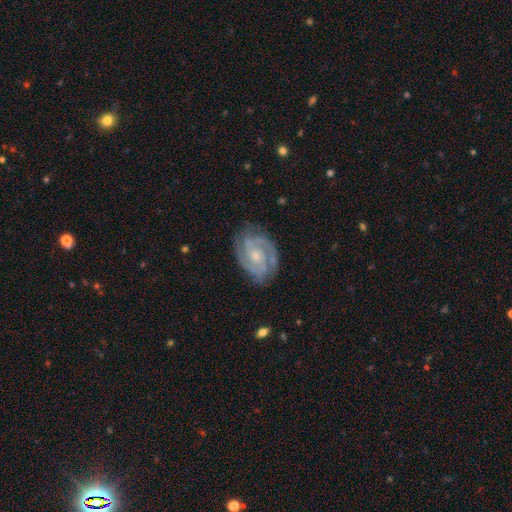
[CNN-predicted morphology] type=featured or disk (91%); edge-on=no (98%); bar=no (60%); spiral arms=yes (98%); winding=tight (64%); arm count=2 (78%); bulge=small (60%); merging=none (80%).